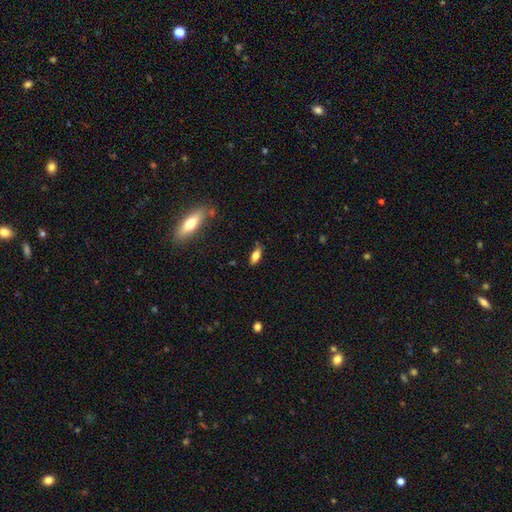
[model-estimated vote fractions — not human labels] Morphology: type=smooth (69%); roundness=in between (76%); merging=none (81%).